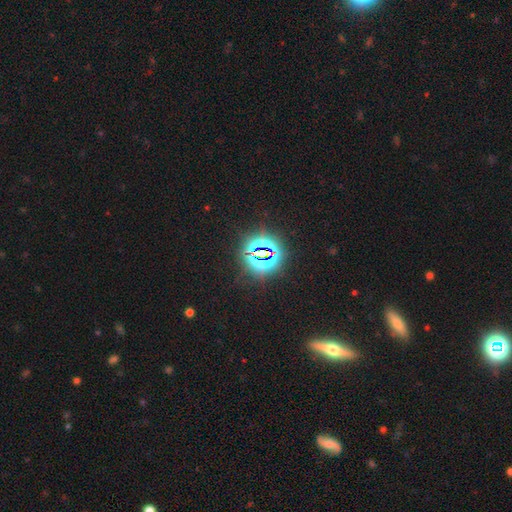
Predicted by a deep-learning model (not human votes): This is likely a star or artifact rather than a galaxy (78%).